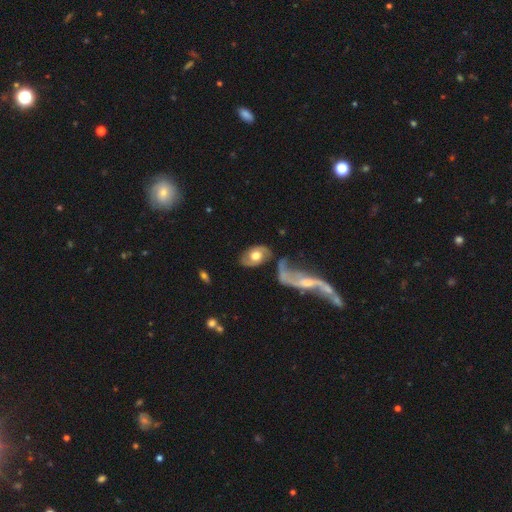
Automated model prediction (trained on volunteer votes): featured or disk 55%, smooth 40%, star or artifact 6%. Down the decision tree: edge-on disk — no (90%); merging — none (52%).